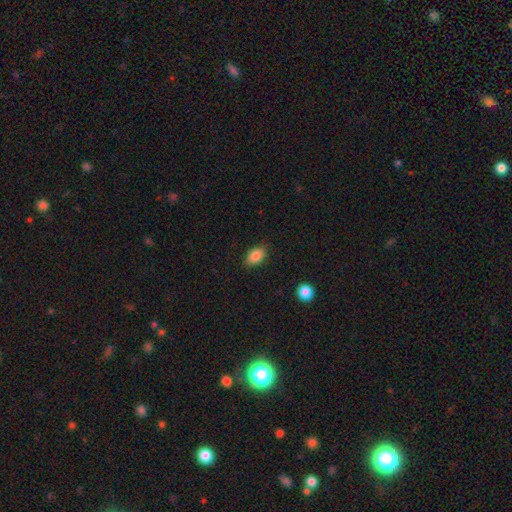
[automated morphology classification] Smooth or featured? smooth (85%)
How rounded? in between (86%)
Merging? none (81%)